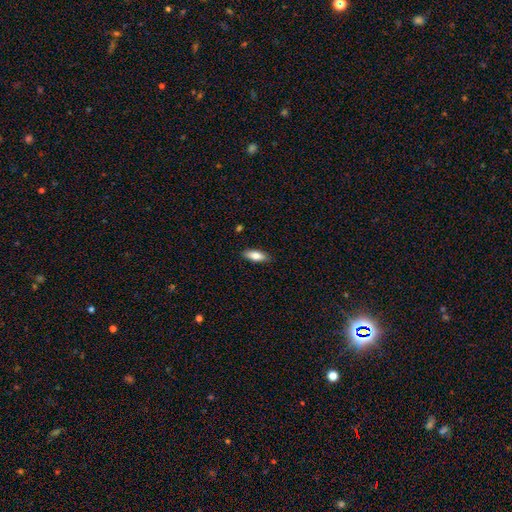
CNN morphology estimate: A smooth galaxy with no disk features (79%) that is in between round and cigar-shaped (69%).

Vote fractions:
- Smooth or featured? smooth: 79% / featured or disk: 15% / star or artifact: 7%
- How rounded? in between: 69% / cigar-shaped: 29% / round: 2%
- Merging? none: 87% / minor disturbance: 10% / major disturbance: 2% / merger: 1%